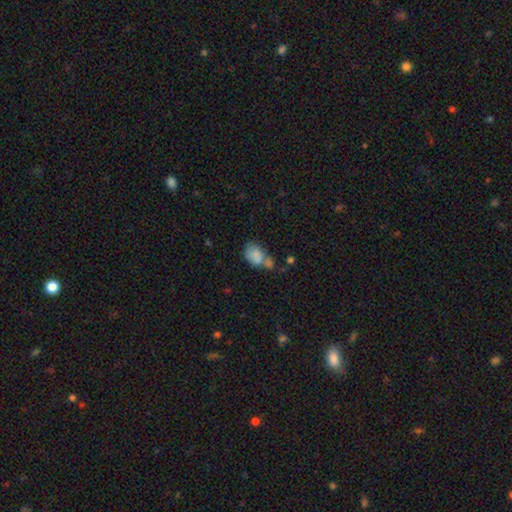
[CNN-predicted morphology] This is likely a smooth galaxy (80%). How rounded: likely in between (75%). Merging: marginally merger (38%).